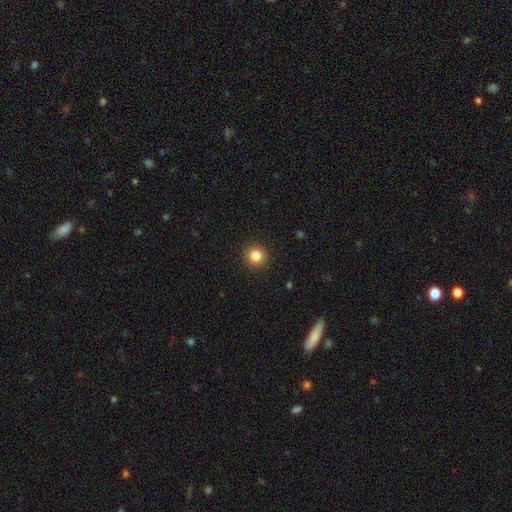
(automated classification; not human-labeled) smooth_or_featured: smooth (p=0.84) [alt: star or artifact p=0.11]
how_rounded: round (p=0.93) [alt: in between p=0.06]
merging: none (p=0.92) [alt: minor disturbance p=0.05]